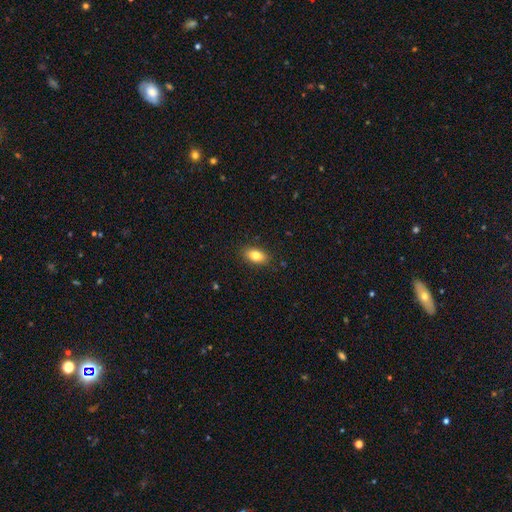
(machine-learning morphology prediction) A smooth galaxy with no disk features (81%) that is in between round and cigar-shaped (89%).

Vote fractions:
- Smooth or featured? smooth: 81% / featured or disk: 10% / star or artifact: 8%
- How rounded? in between: 89% / round: 7% / cigar-shaped: 4%
- Merging? none: 88% / minor disturbance: 9% / major disturbance: 2% / merger: 1%